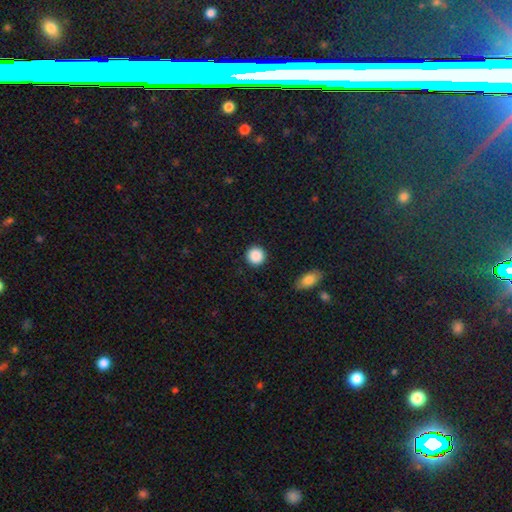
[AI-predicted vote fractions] smooth-or-featured: smooth: 89% | star or artifact: 8% | featured or disk: 3%
  how-rounded: round: 95% | in between: 4% | cigar-shaped: 1%
  merging: none: 92% | minor disturbance: 5% | major disturbance: 2% | merger: 1%